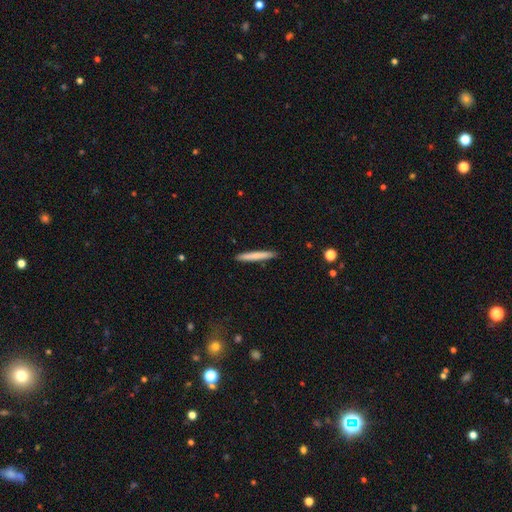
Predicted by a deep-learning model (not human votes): A smooth galaxy with no disk features (73%) that is cigar-shaped (96%).

Vote fractions:
- Smooth or featured? smooth: 73% / featured or disk: 21% / star or artifact: 6%
- How rounded? cigar-shaped: 96% / in between: 3% / round: 1%
- Merging? none: 91% / minor disturbance: 7% / major disturbance: 1% / merger: 1%